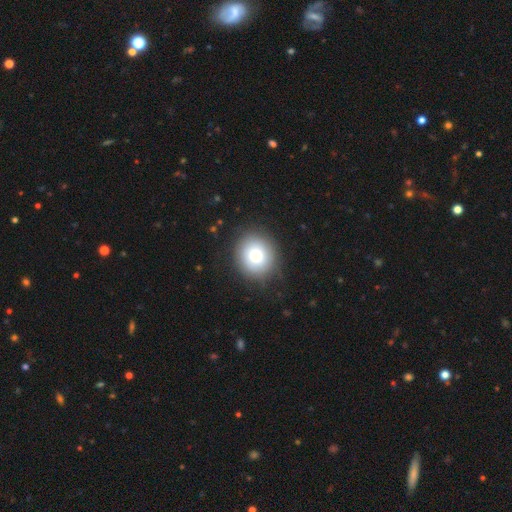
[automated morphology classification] Smooth or featured? smooth (75%)
How rounded? round (85%)
Merging? none (86%)